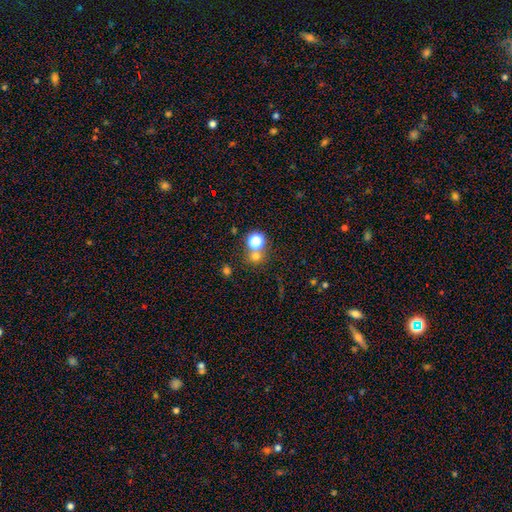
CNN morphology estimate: Smooth or featured: smooth — 65% (star or artifact — 27%)
How rounded: round — 88% (in between — 11%)
Merging: none — 63% (merger — 26%)